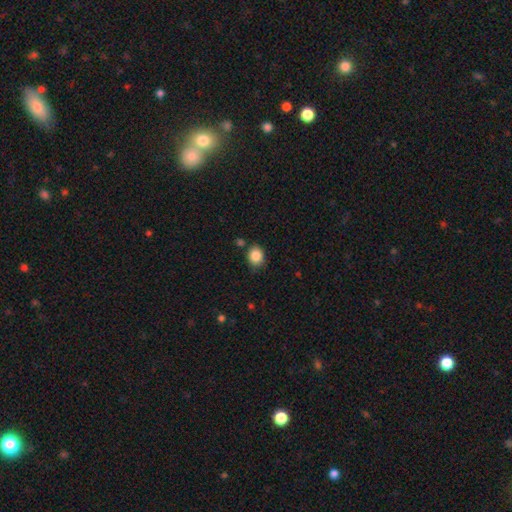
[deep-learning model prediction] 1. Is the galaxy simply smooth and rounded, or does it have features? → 86% smooth, 9% star or artifact, 4% featured or disk.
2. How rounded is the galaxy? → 65% round, 34% in between, 1% cigar-shaped.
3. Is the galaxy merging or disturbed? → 79% none, 14% minor disturbance, 5% merger, 3% major disturbance.